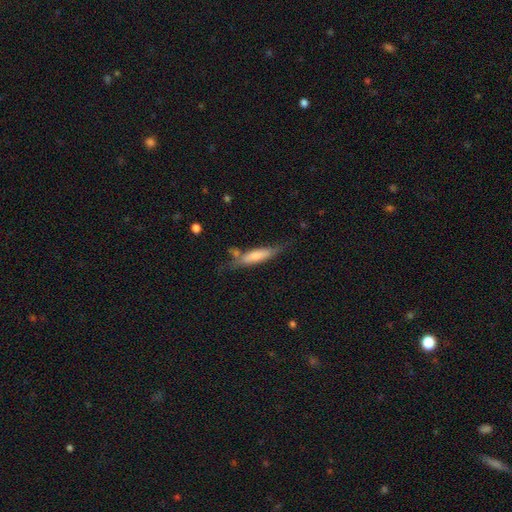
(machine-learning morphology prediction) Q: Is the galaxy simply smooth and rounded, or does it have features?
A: smooth — 65%.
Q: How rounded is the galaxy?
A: cigar-shaped — 76%.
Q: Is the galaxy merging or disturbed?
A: none — 58%.